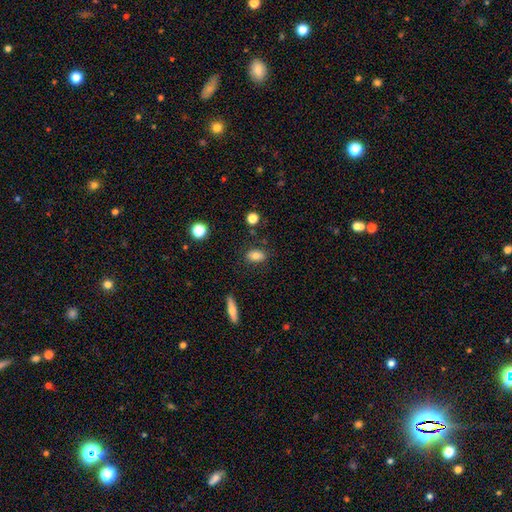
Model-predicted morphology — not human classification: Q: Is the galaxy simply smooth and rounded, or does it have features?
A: smooth — 80%.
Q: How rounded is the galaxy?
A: in between — 83%.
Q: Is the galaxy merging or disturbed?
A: none — 83%.